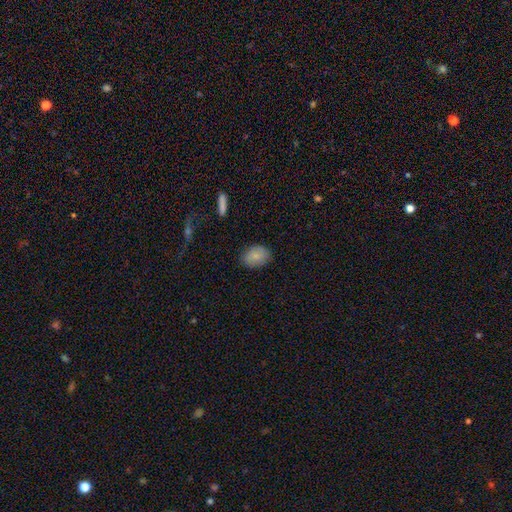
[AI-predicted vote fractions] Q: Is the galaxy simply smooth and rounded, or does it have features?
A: smooth — 81%.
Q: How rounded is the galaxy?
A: in between — 71%.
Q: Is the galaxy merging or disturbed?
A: none — 82%.